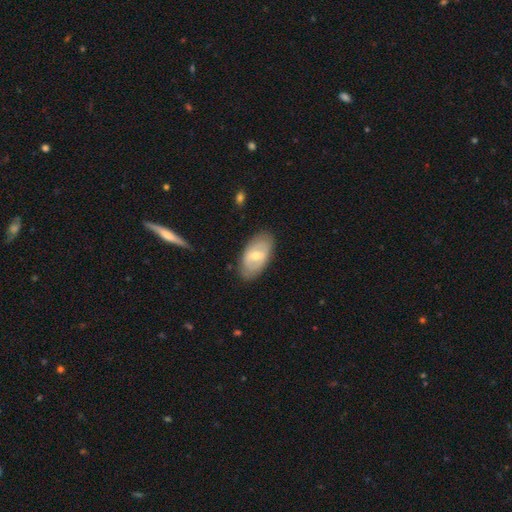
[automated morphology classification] A featured or disk galaxy (55%). Merging: none (82%).